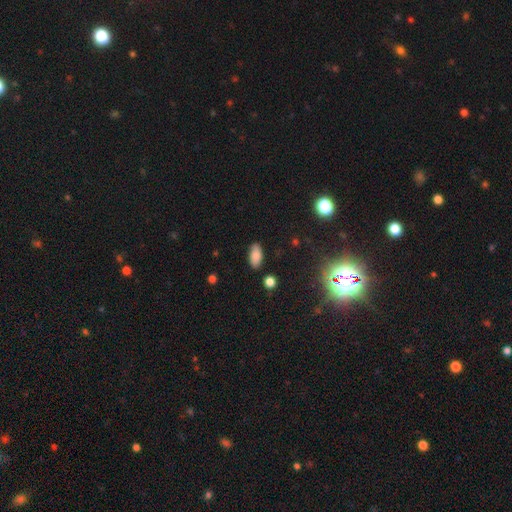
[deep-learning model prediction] smooth 84%, star or artifact 9%, featured or disk 7%. Down the decision tree: how rounded — in between (91%); merging — none (87%).